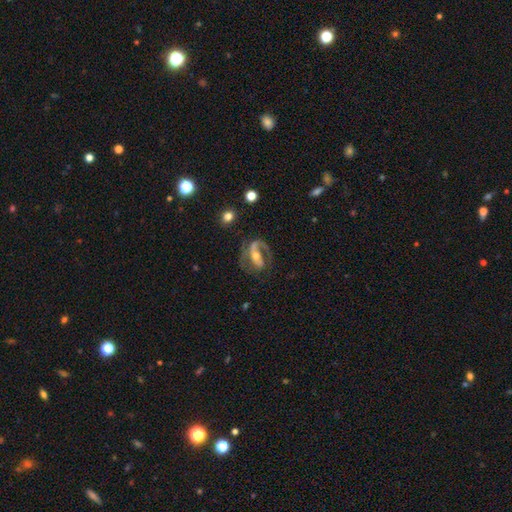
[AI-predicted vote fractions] smooth-or-featured: featured or disk: 82% | smooth: 11% | star or artifact: 7%
  disk-edge-on: no: 94% | yes: 6%
    bar: strong: 48% | weak: 29% | no: 23%
    has-spiral-arms: yes: 88% | no: 12%
      spiral-winding: medium: 49% | tight: 26% | loose: 25%
      spiral-arm-count: 2: 66% | 1: 24% | can't tell: 6% | 3: 2% | 4: 1% | more than 4: 1%
    bulge-size: moderate: 53% | small: 38% | large: 5% | none: 2% | dominant: 1%
  merging: none: 59% | major disturbance: 22% | minor disturbance: 17% | merger: 3%